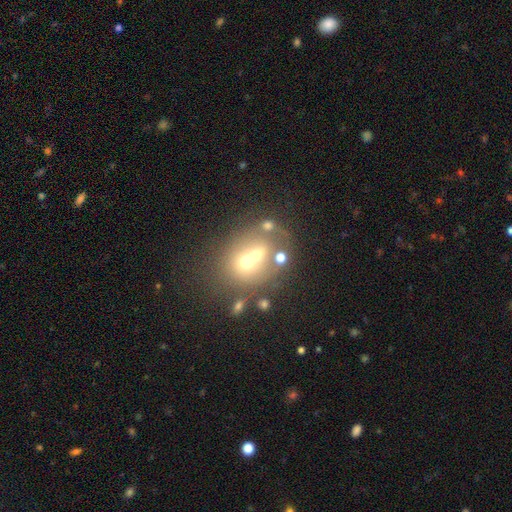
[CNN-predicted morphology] Smooth or featured: smooth — 53% (featured or disk — 30%)
How rounded: round — 68% (in between — 31%)
Merging: merger — 52% (none — 33%)